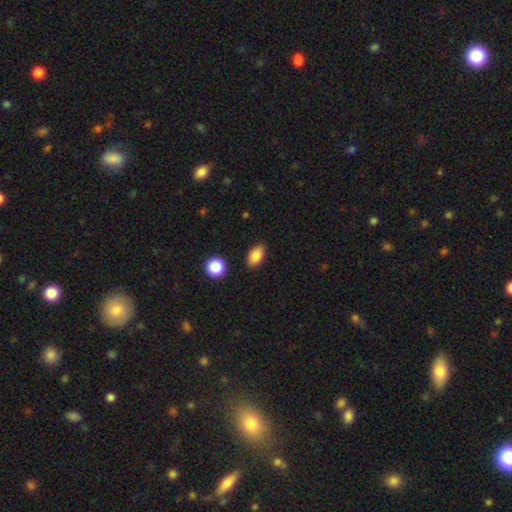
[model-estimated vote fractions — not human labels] smooth-or-featured: smooth: 86% | star or artifact: 8% | featured or disk: 6%
  how-rounded: in between: 88% | round: 10% | cigar-shaped: 2%
  merging: none: 86% | minor disturbance: 10% | major disturbance: 2% | merger: 2%